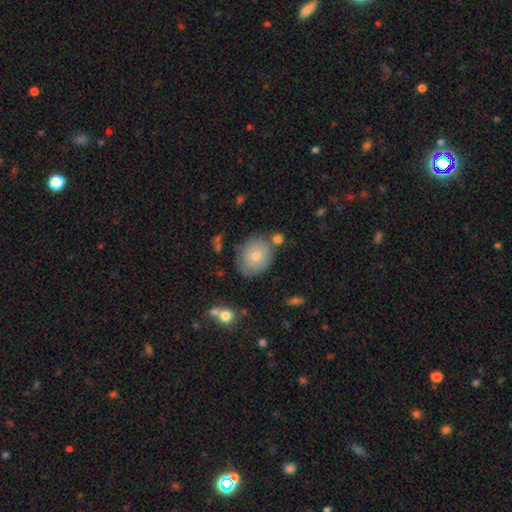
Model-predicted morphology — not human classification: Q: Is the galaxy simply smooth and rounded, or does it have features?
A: smooth — 72%.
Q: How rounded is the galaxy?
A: round — 70%.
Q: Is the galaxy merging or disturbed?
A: none — 69%.